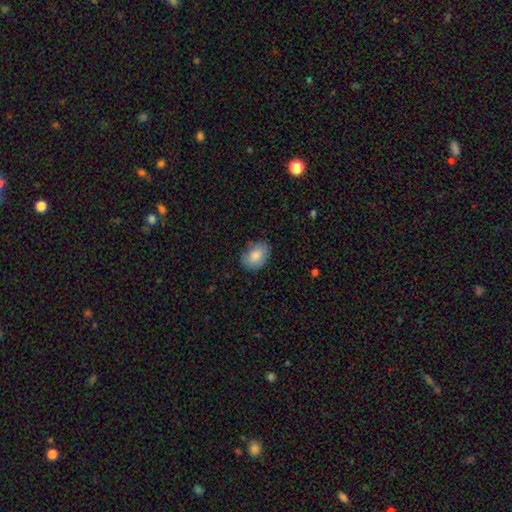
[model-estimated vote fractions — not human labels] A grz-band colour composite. It shows a smooth galaxy with no disk features (81%) that is in between round and cigar-shaped (79%). Merging: none (75%).